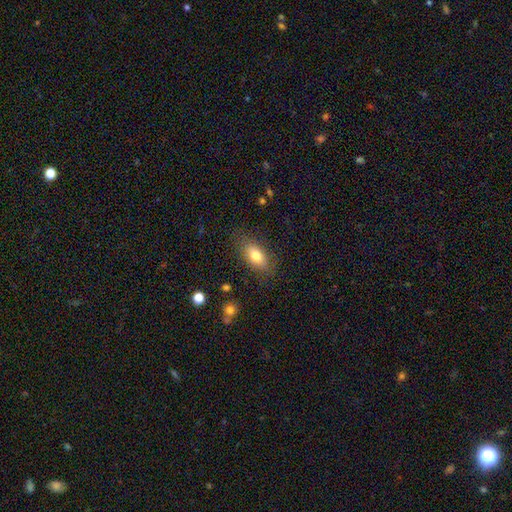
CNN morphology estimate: This appears to be a smooth galaxy with no disk features (76%) that is in between round and cigar-shaped (87%). Merging: none (81%).